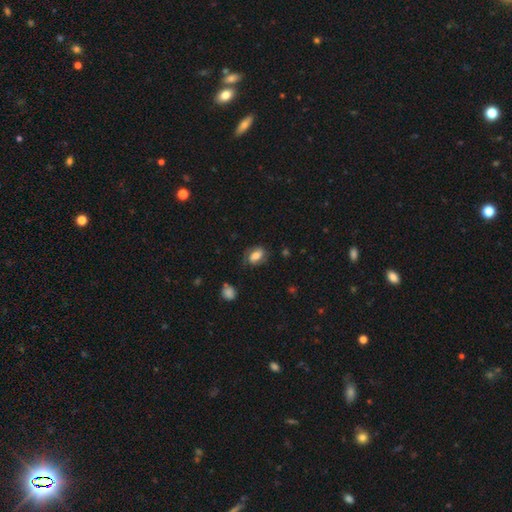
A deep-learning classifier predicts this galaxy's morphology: Smooth or featured? smooth (50%)
How rounded? in between (81%)
Merging? none (69%)